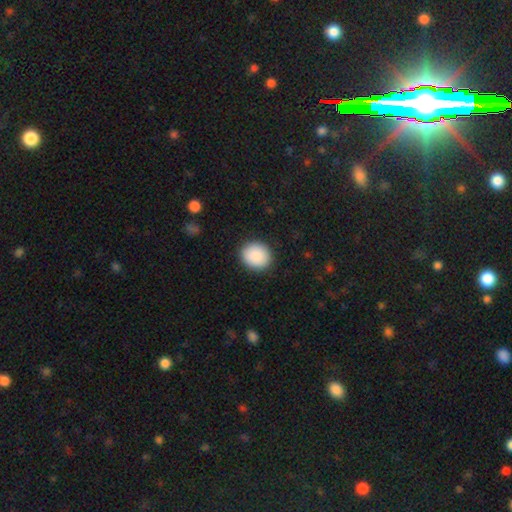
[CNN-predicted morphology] smooth_or_featured: smooth (p=0.89) [alt: star or artifact p=0.07]
how_rounded: round (p=0.73) [alt: in between p=0.26]
merging: none (p=0.90) [alt: minor disturbance p=0.07]